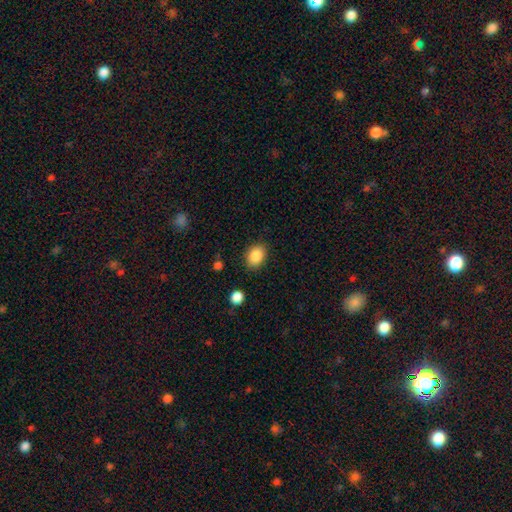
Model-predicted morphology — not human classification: Overall: smooth (87%). How rounded: in between (68%; round 31%). Merging: none (86%).